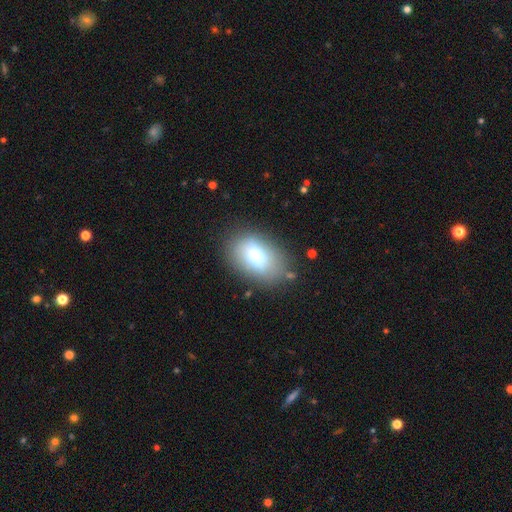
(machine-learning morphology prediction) Q: Smooth or featured?
A: smooth (76%); runner-up: featured or disk (15%)
Q: How rounded?
A: in between (87%); runner-up: round (11%)
Q: Merging?
A: none (75%); runner-up: minor disturbance (16%)